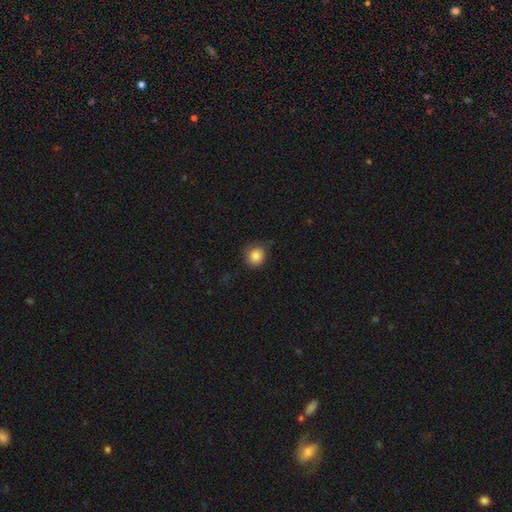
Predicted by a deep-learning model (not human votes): A smooth galaxy with no disk features (85%) that is round (87%).

Vote fractions:
- Smooth or featured? smooth: 85% / star or artifact: 10% / featured or disk: 5%
- How rounded? round: 87% / in between: 12% / cigar-shaped: 1%
- Merging? none: 75% / minor disturbance: 19% / major disturbance: 5% / merger: 1%